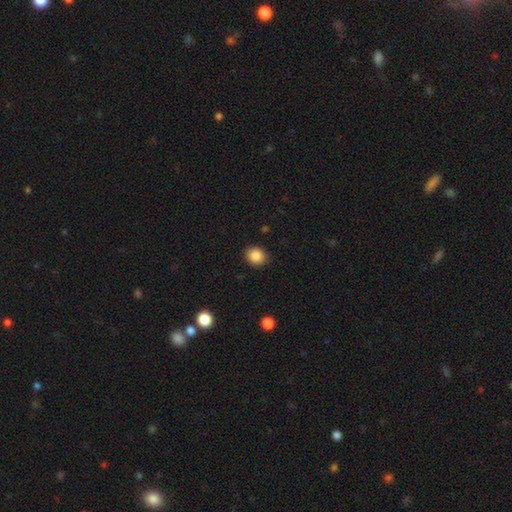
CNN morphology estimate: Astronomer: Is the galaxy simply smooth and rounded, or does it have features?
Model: smooth — 87%.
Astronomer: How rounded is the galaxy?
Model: round — 72%.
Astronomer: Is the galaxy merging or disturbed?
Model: none — 88%.